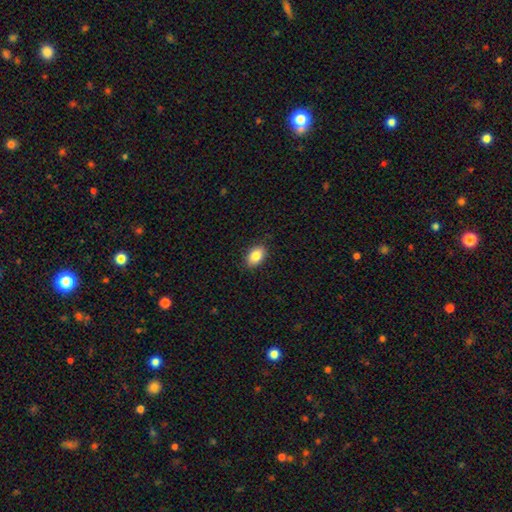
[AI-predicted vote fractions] smooth-or-featured: smooth: 85% | star or artifact: 8% | featured or disk: 7%
  how-rounded: in between: 87% | round: 12% | cigar-shaped: 1%
  merging: none: 87% | minor disturbance: 10% | major disturbance: 2% | merger: 1%